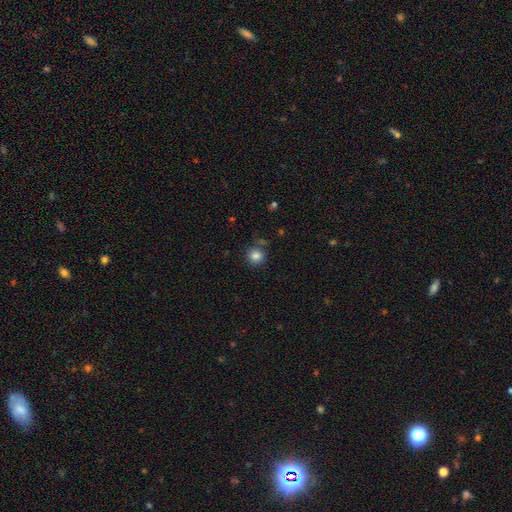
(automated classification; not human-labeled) Smooth or featured? smooth (84%)
How rounded? round (93%)
Merging? none (82%)